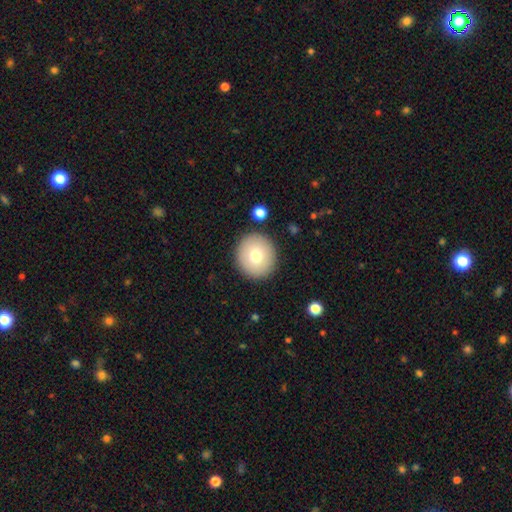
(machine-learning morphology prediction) smooth_or_featured: smooth (p=0.75) [alt: featured or disk p=0.17]
how_rounded: round (p=0.91) [alt: in between p=0.09]
merging: none (p=0.89) [alt: minor disturbance p=0.07]